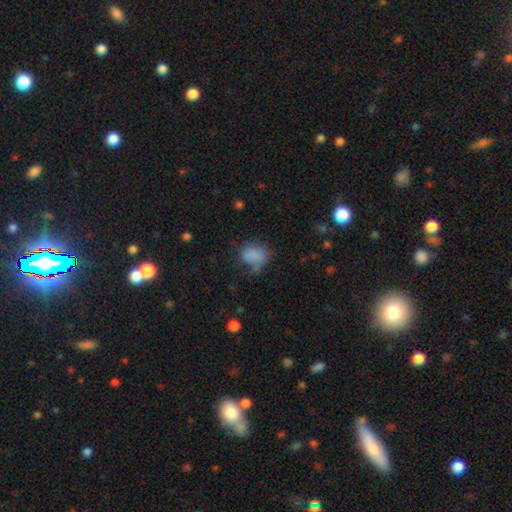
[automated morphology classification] smooth 79%, star or artifact 11%, featured or disk 11%. Down the decision tree: how rounded — in between (60%); merging — none (45%).